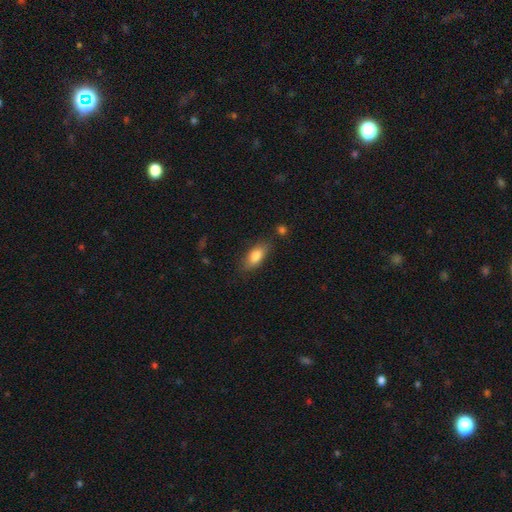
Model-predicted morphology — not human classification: smooth_or_featured: smooth (p=0.80) [alt: featured or disk p=0.12]
how_rounded: in between (p=0.81) [alt: cigar-shaped p=0.16]
merging: none (p=0.78) [alt: minor disturbance p=0.15]